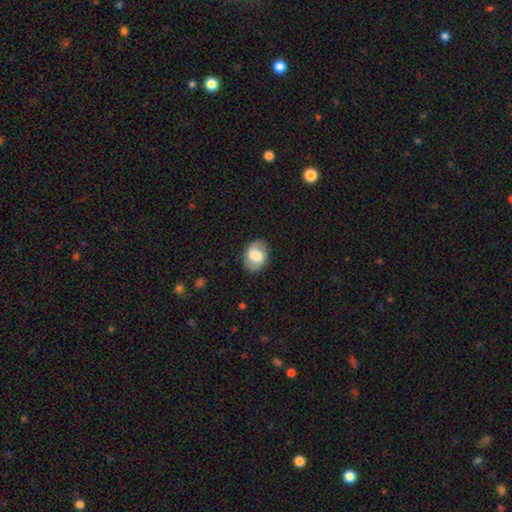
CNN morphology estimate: A featured or disk galaxy (52%) with no bar (44%), spiral arms (78%) and a moderate central bulge (44%). Merging: none (85%).